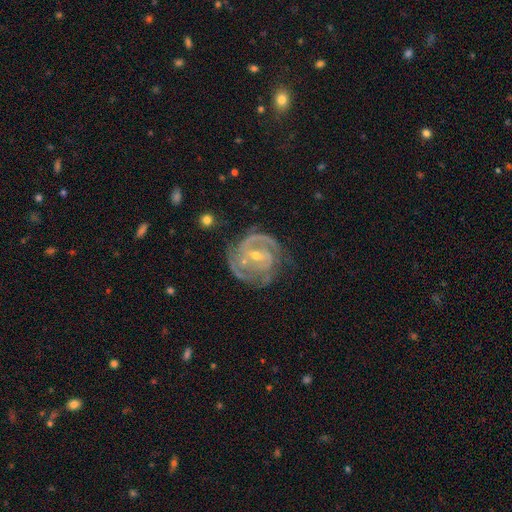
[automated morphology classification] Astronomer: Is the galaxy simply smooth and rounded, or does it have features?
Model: featured or disk — 90%.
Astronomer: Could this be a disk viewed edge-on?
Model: no — 97%.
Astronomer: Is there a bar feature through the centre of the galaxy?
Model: weak — 44% (runner-up: no, 34%).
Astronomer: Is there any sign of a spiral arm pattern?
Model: yes — 97%.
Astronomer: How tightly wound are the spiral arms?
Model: tight — 64%.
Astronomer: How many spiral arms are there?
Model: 2 — 42% (runner-up: 3, 27%).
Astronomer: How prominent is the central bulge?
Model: small — 60% (runner-up: moderate, 37%).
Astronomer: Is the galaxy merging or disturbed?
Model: none — 65%.